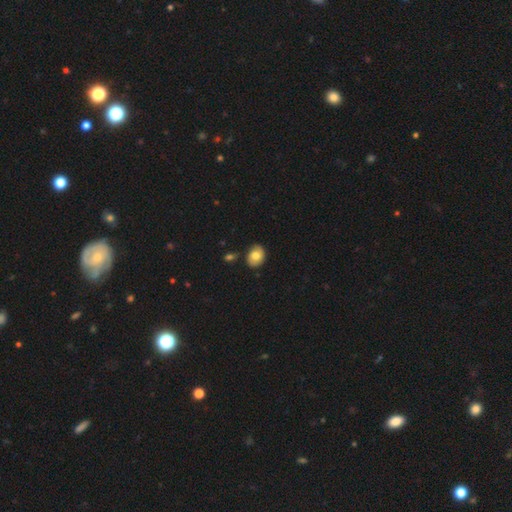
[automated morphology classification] Overall: smooth (70%). How rounded: in between (61%; round 38%). Merging: none (77%).